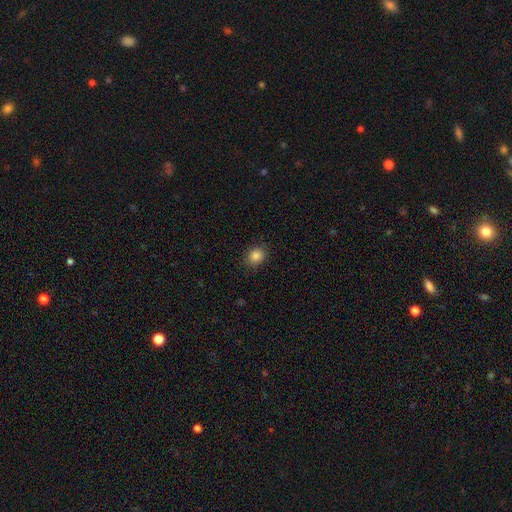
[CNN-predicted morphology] The model was most divided on "how rounded": round: 61%, in between: 38%, cigar-shaped: 1%. More confident: merging — none (85%); smooth or featured — smooth (85%).